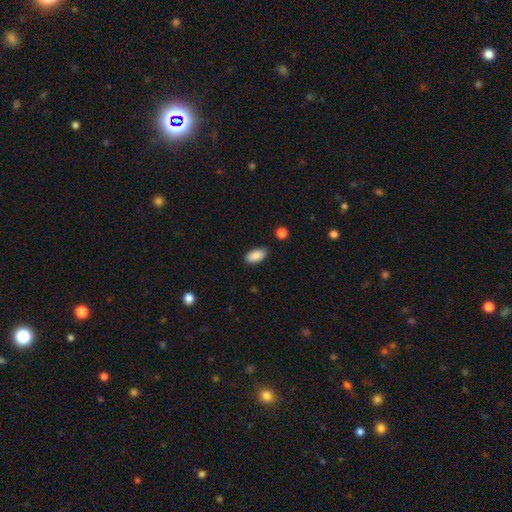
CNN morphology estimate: type=smooth (89%); roundness=in between (93%); merging=none (84%).